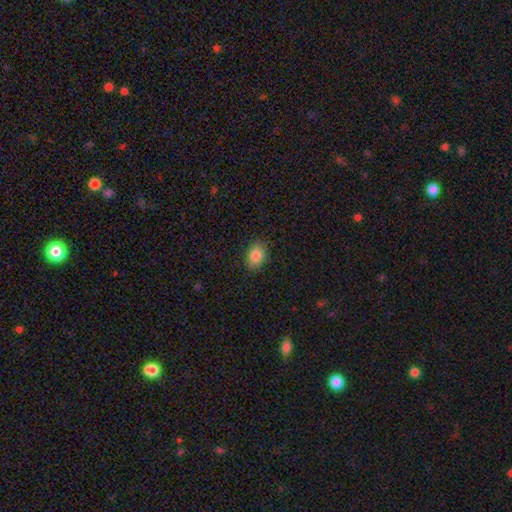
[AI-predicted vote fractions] A smooth galaxy with no disk features (85%) that is in between round and cigar-shaped (79%).

Vote fractions:
- Smooth or featured? smooth: 85% / star or artifact: 9% / featured or disk: 6%
- How rounded? in between: 79% / round: 19% / cigar-shaped: 1%
- Merging? none: 87% / minor disturbance: 9% / major disturbance: 2% / merger: 1%